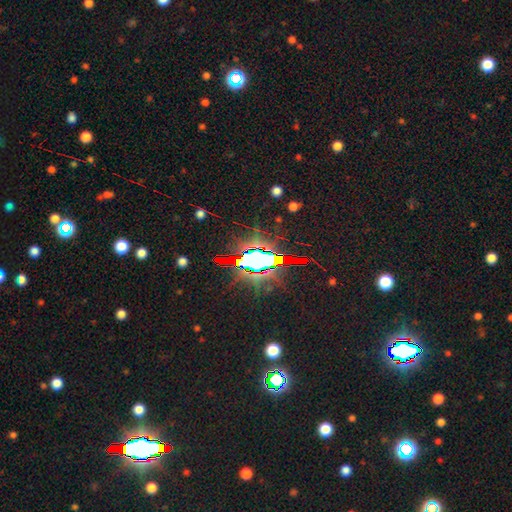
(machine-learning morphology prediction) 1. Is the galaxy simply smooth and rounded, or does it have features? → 72% star or artifact, 16% smooth, 12% featured or disk.